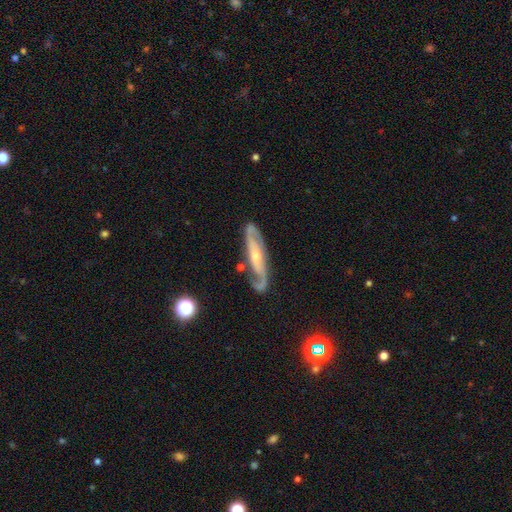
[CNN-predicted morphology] Smooth or featured: featured or disk — 84% (smooth — 11%)
Edge-on disk: no — 82% (yes — 18%)
Bar: no — 42% (weak — 32%)
Spiral arms: yes — 95% (no — 5%)
Spiral winding: medium — 47% (tight — 29%)
Spiral arm count: 2 — 86% (can't tell — 6%)
Bulge size: small — 55% (moderate — 38%)
Merging: none — 75% (minor disturbance — 16%)